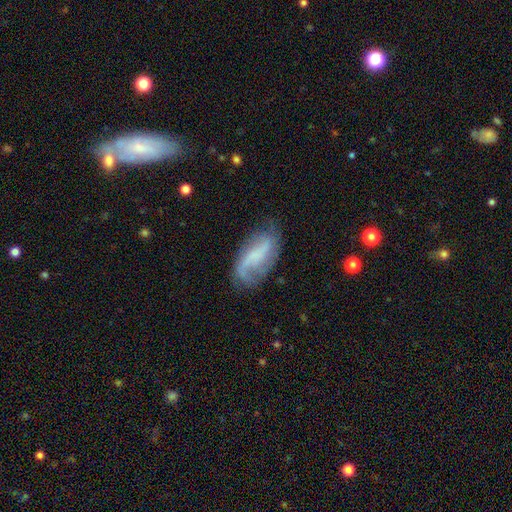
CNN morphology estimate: The model was most divided on "bar": no: 39%, weak: 38%, strong: 23%. More confident: edge-on disk — no (93%); spiral arms — yes (86%); smooth or featured — featured or disk (64%); spiral arm count — 2 (60%); merging — none (60%); bulge size — none (53%); spiral winding — loose (52%).